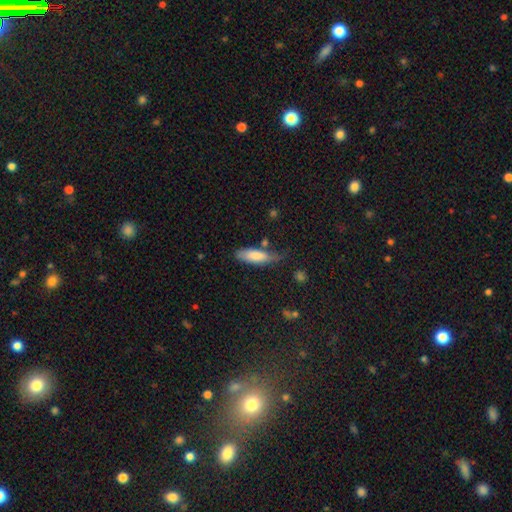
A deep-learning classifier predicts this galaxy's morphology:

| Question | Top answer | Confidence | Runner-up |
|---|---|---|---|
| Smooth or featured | smooth | 80% | featured or disk (14%) |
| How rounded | in between | 54% | cigar-shaped (44%) |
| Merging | none | 52% | minor disturbance (32%) |